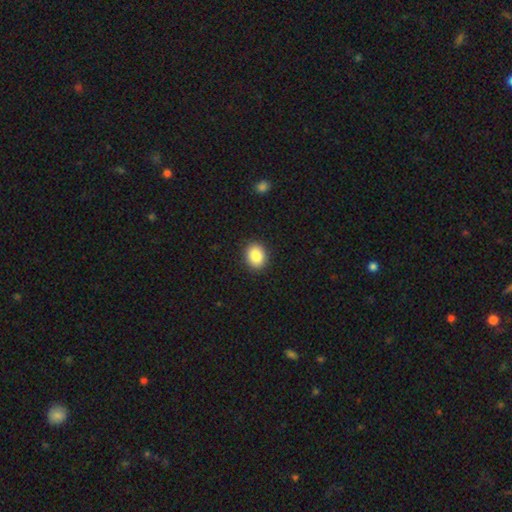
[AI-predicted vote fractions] Smooth or featured: smooth — 89% (star or artifact — 8%)
How rounded: in between — 54% (round — 45%)
Merging: none — 90% (minor disturbance — 7%)